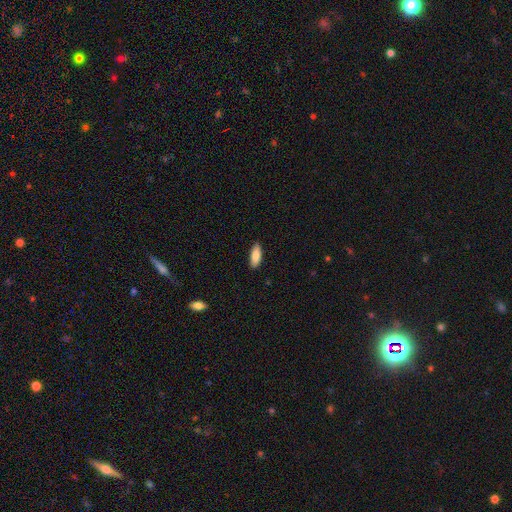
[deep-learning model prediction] A smooth galaxy with no disk features (87%) that is in between round and cigar-shaped (73%). Merging: none (87%).